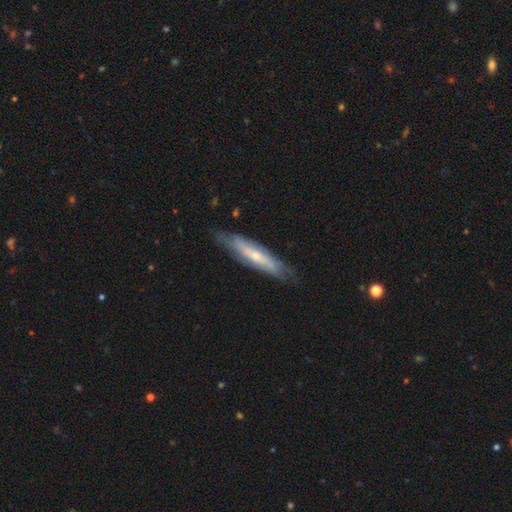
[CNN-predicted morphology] A featured or disk galaxy (58%) viewed edge-on (62%).

Vote fractions:
- Smooth or featured? featured or disk: 58% / smooth: 36% / star or artifact: 6%
- Edge-on disk? yes: 62% / no: 38%
- Merging? none: 78% / minor disturbance: 17% / major disturbance: 4% / merger: 1%